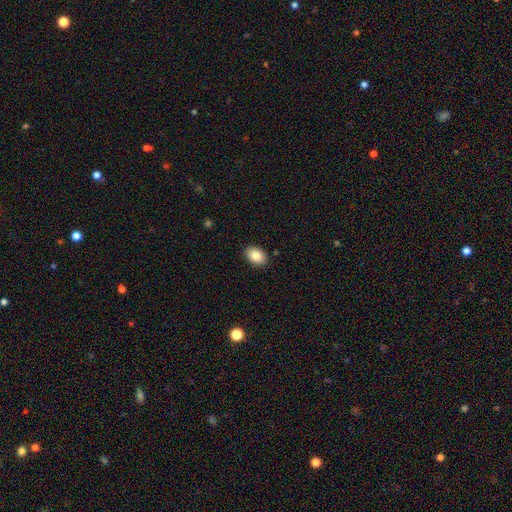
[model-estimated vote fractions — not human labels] This appears to be a smooth galaxy with no disk features (85%) that is in between round and cigar-shaped (84%). Merging: none (89%).